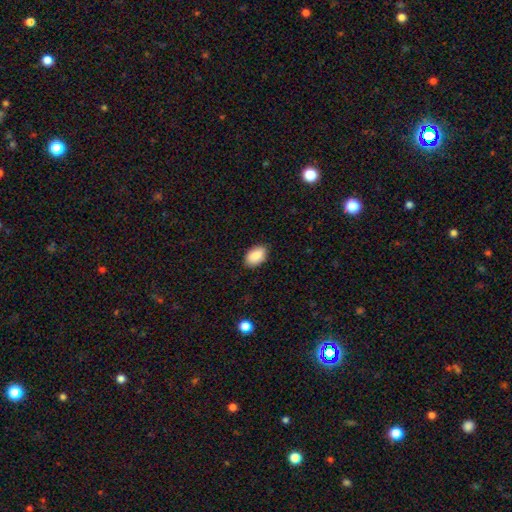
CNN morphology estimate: Smooth or featured: smooth — 89% (star or artifact — 7%)
How rounded: in between — 92% (round — 7%)
Merging: none — 87% (minor disturbance — 10%)